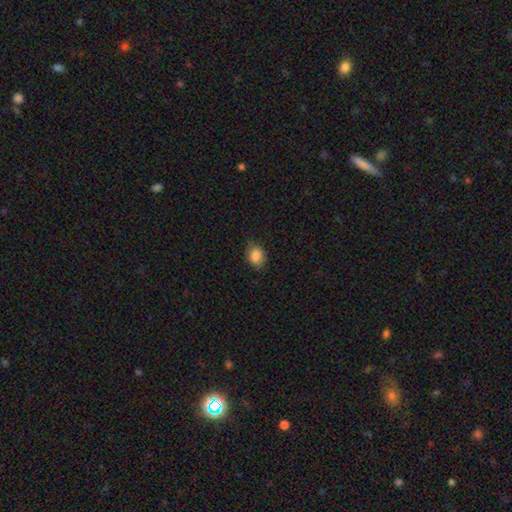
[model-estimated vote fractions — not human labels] Smooth or featured? Predicted: smooth (p=0.87). How rounded? Predicted: in between (p=0.59). Merging? Predicted: none (p=0.74).